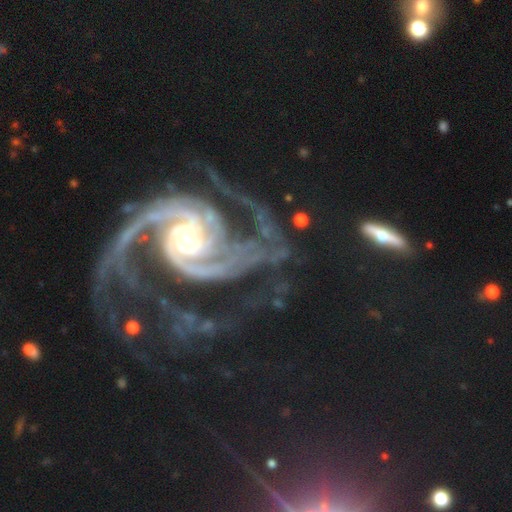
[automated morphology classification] smooth-or-featured: featured or disk: 91% | star or artifact: 7% | smooth: 3%
  disk-edge-on: no: 98% | yes: 2%
    bar: no: 43% | weak: 35% | strong: 22%
    has-spiral-arms: yes: 98% | no: 2%
      spiral-winding: medium: 55% | tight: 29% | loose: 16%
      spiral-arm-count: 2: 65% | 3: 13% | can't tell: 7% | 4: 5% | 1: 5% | more than 4: 5%
    bulge-size: moderate: 55% | small: 27% | large: 13% | none: 2% | dominant: 2%
  merging: none: 54% | major disturbance: 24% | minor disturbance: 17% | merger: 4%